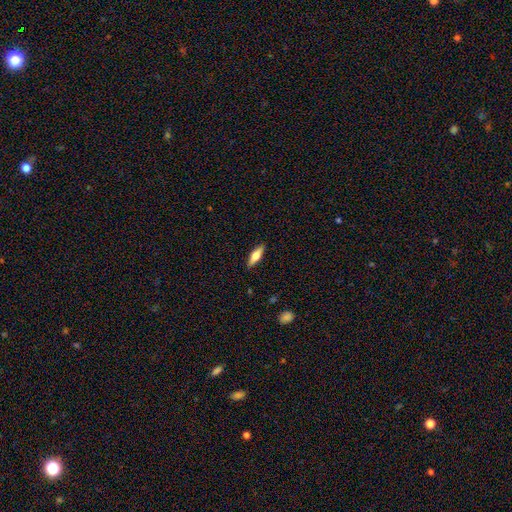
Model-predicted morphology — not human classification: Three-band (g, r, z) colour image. It shows a smooth galaxy with no disk features (54%) that is cigar-shaped (49%, tied with in between). Merging: none (89%).